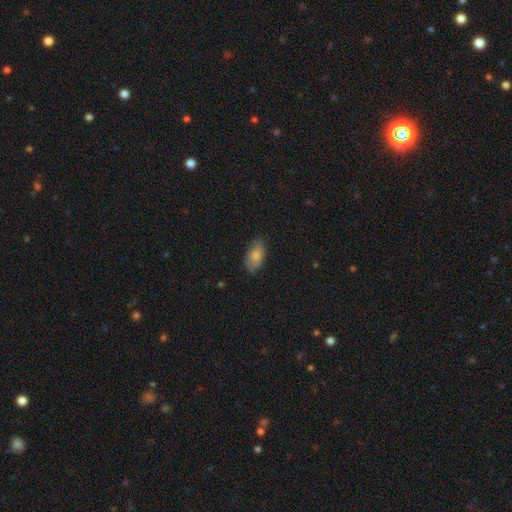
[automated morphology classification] This is clearly a smooth galaxy (82%). How rounded: clearly in between (93%). Merging: clearly none (82%).